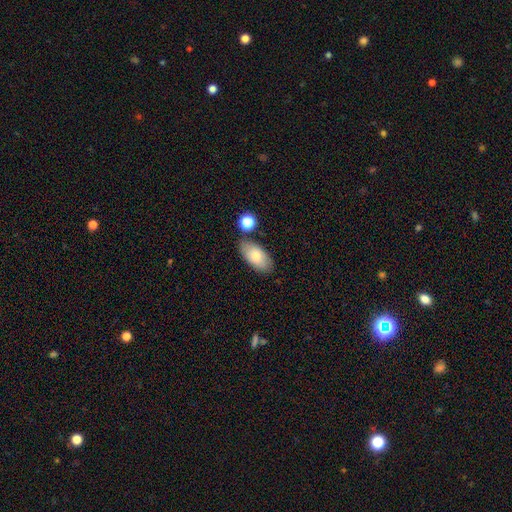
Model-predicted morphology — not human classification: type=smooth (74%); roundness=in between (93%); merging=none (72%).